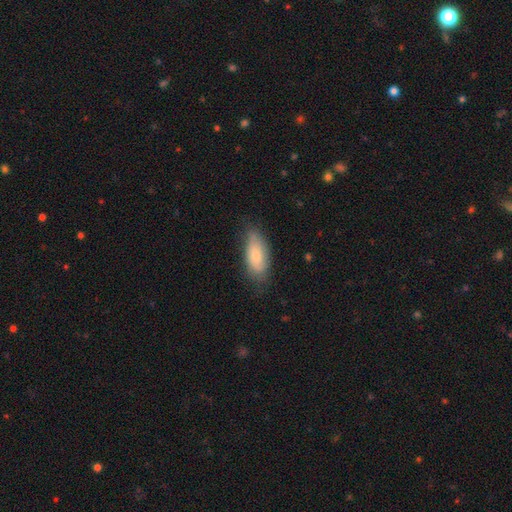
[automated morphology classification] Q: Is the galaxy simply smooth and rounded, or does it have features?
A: smooth — 75%.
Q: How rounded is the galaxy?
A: in between — 84%.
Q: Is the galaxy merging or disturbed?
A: none — 66%.